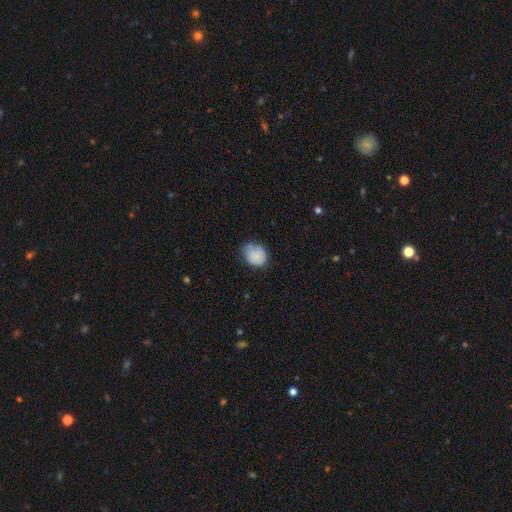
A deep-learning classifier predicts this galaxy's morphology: The model was most divided on "how rounded": round: 56%, in between: 43%, cigar-shaped: 1%. More confident: smooth or featured — smooth (81%); merging — none (54%).